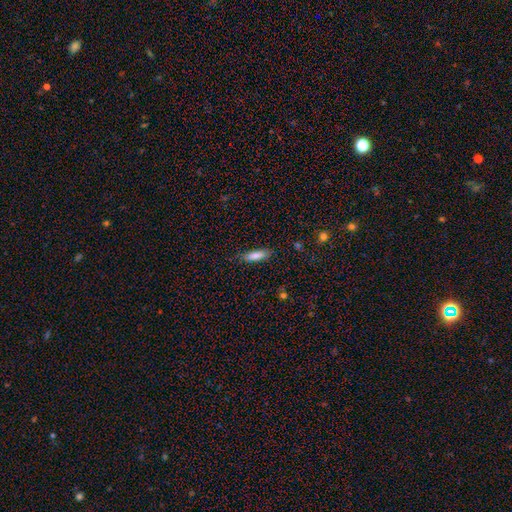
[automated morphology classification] type=smooth (81%); roundness=cigar-shaped (54%); merging=none (84%).